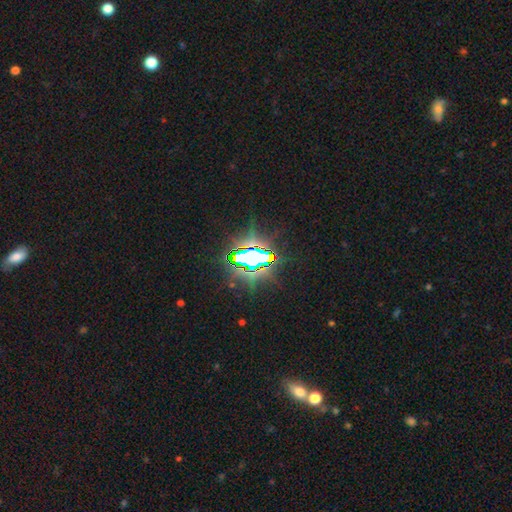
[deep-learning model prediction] Morphology: type=star or artifact (76%).